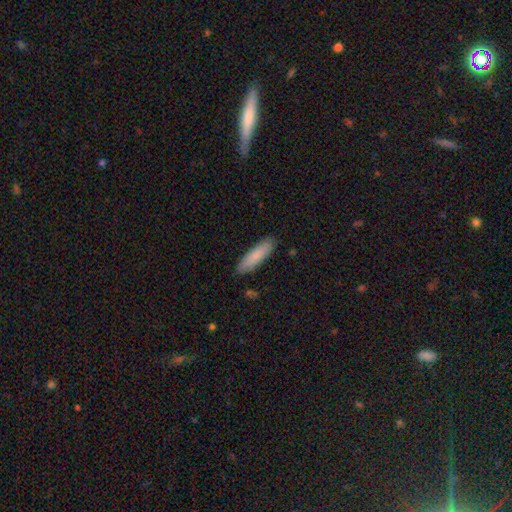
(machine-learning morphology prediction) This is clearly a smooth galaxy (84%). How rounded: likely cigar-shaped (71%). Merging: clearly none (88%).